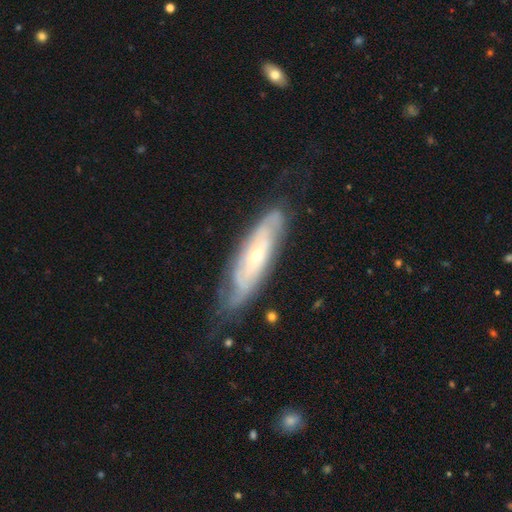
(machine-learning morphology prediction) Smooth or featured?
  - featured or disk: 72% *
  - smooth: 22%
  - star or artifact: 6%
Edge-on disk?
  - no: 74% *
  - yes: 26%
Bar?
  - no: 72% *
  - weak: 21%
  - strong: 7%
Spiral arms?
  - yes: 79% *
  - no: 21%
Bulge size?
  - small: 67% *
  - moderate: 29%
  - large: 1%
  - none: 1%
  - dominant: 1%
Merging?
  - none: 67% *
  - minor disturbance: 23%
  - major disturbance: 8%
  - merger: 2%